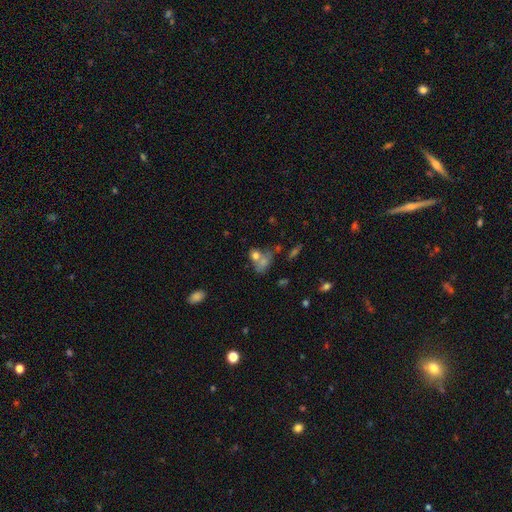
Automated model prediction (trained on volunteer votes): A smooth galaxy with no disk features (68%) that is in between round and cigar-shaped (51%).

Vote fractions:
- Smooth or featured? smooth: 68% / featured or disk: 18% / star or artifact: 14%
- How rounded? in between: 51% / round: 47% / cigar-shaped: 2%
- Merging? merger: 49% / none: 31% / minor disturbance: 11% / major disturbance: 9%